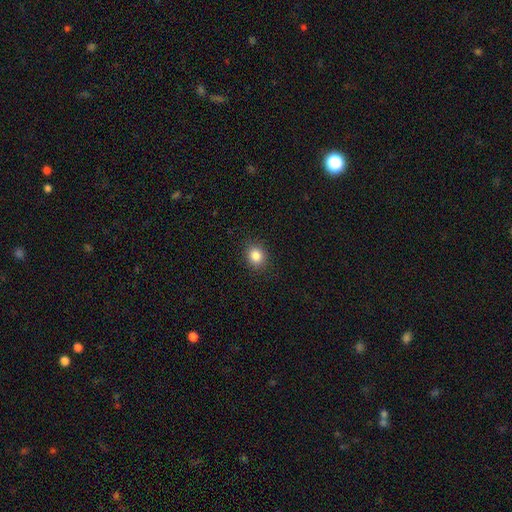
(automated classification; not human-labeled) Smooth or featured?
  - smooth: 85% *
  - star or artifact: 10%
  - featured or disk: 5%
How rounded?
  - round: 70% *
  - in between: 30%
  - cigar-shaped: 1%
Merging?
  - none: 89% *
  - minor disturbance: 8%
  - major disturbance: 2%
  - merger: 1%